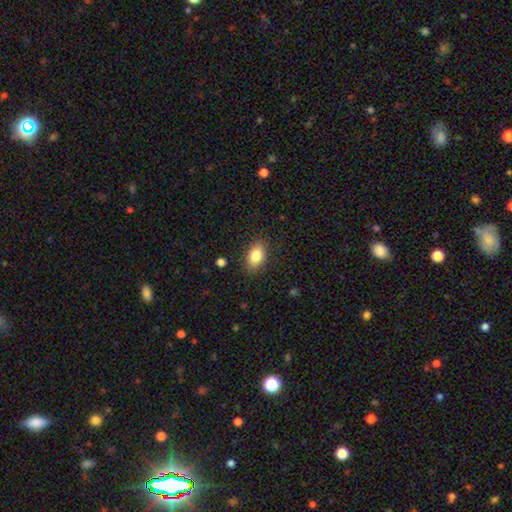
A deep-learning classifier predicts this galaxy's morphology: smooth-or-featured: smooth: 82% | featured or disk: 10% | star or artifact: 8%
  how-rounded: in between: 88% | round: 10% | cigar-shaped: 3%
  merging: none: 86% | minor disturbance: 10% | major disturbance: 3% | merger: 1%